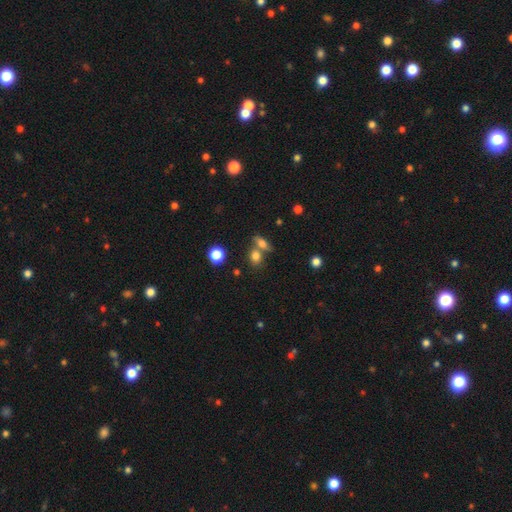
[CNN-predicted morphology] Smooth or featured: smooth — 75% (featured or disk — 13%)
How rounded: in between — 50% (round — 42%)
Merging: none — 52% (merger — 35%)